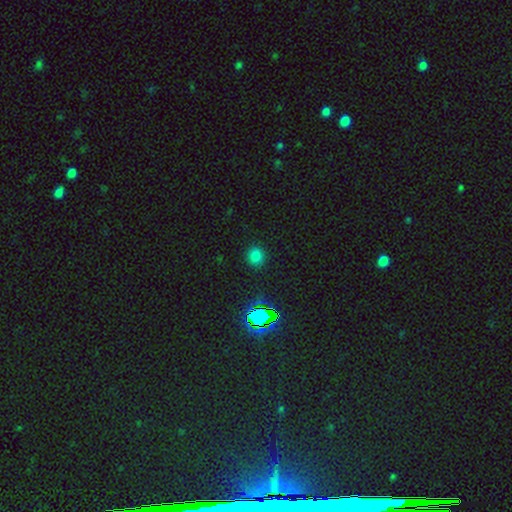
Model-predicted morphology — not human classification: This appears to be a smooth galaxy with no disk features (74%) that is round (85%). Merging: none (90%).